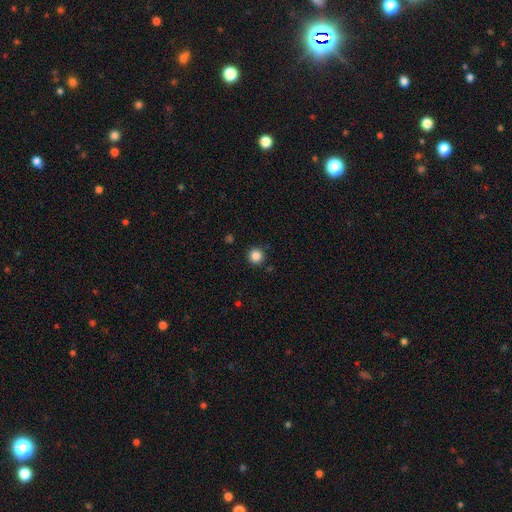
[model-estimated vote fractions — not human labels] This is clearly a smooth galaxy (86%). How rounded: clearly round (95%). Merging: clearly none (90%).